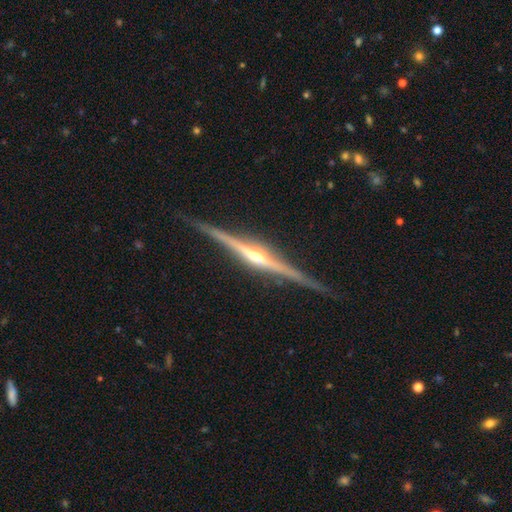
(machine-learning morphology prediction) A featured or disk galaxy (90%) viewed edge-on (99%) with a rounded central bulge (86%).

Vote fractions:
- Smooth or featured? featured or disk: 90% / smooth: 6% / star or artifact: 5%
- Edge-on disk? yes: 99% / no: 1%
- Edge-on bulge? rounded: 86% / boxy: 7% / none: 6%
- Merging? none: 88% / minor disturbance: 9% / major disturbance: 2% / merger: 1%